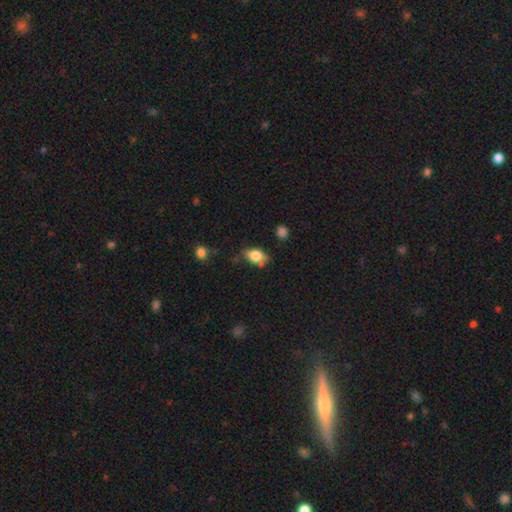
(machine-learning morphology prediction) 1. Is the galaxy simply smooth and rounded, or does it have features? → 76% smooth, 15% featured or disk, 9% star or artifact.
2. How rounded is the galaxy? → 77% in between, 19% round, 3% cigar-shaped.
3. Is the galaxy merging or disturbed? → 56% none, 29% minor disturbance, 8% major disturbance, 7% merger.